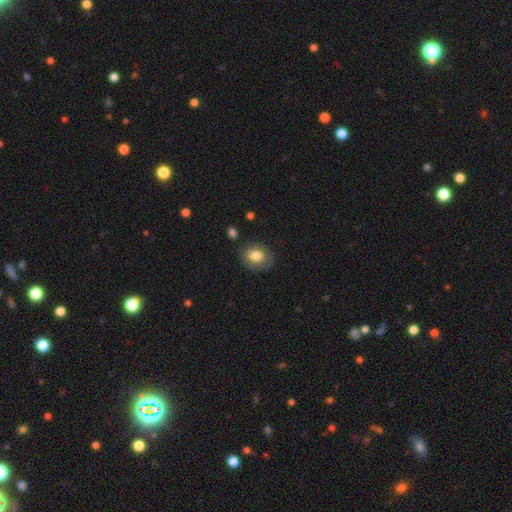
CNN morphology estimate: smooth-or-featured: smooth: 76% | featured or disk: 17% | star or artifact: 8%
  how-rounded: in between: 52% | round: 48% | cigar-shaped: 1%
  merging: none: 81% | minor disturbance: 13% | major disturbance: 4% | merger: 2%